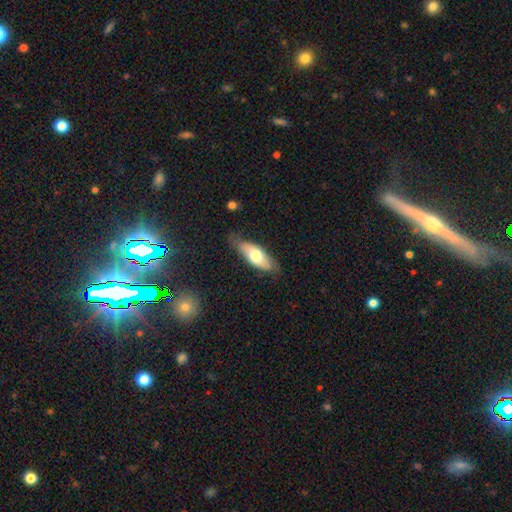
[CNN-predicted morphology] Smooth or featured?
  - smooth: 61% *
  - featured or disk: 33%
  - star or artifact: 6%
How rounded?
  - in between: 70% *
  - cigar-shaped: 28%
  - round: 2%
Merging?
  - none: 73% *
  - minor disturbance: 21%
  - major disturbance: 4%
  - merger: 1%